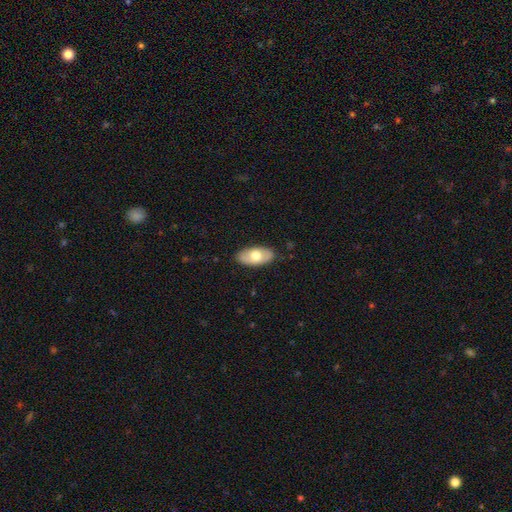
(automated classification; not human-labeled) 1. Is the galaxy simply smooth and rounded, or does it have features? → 62% smooth, 32% featured or disk, 5% star or artifact.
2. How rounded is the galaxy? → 93% in between, 3% cigar-shaped, 3% round.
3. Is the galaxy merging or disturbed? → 85% none, 12% minor disturbance, 2% major disturbance, 1% merger.